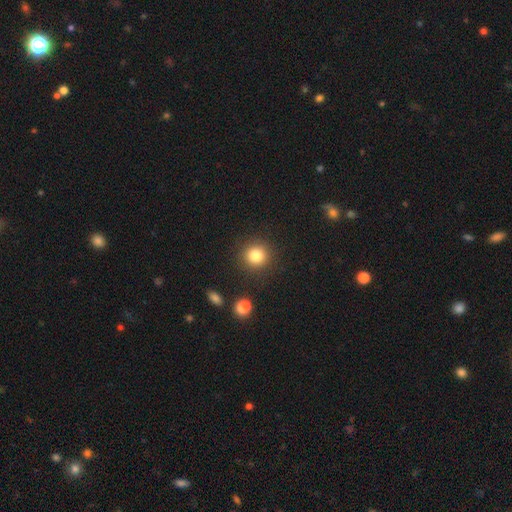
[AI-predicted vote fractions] Smooth or featured? Predicted: smooth (p=0.83). How rounded? Predicted: round (p=0.88). Merging? Predicted: none (p=0.88).